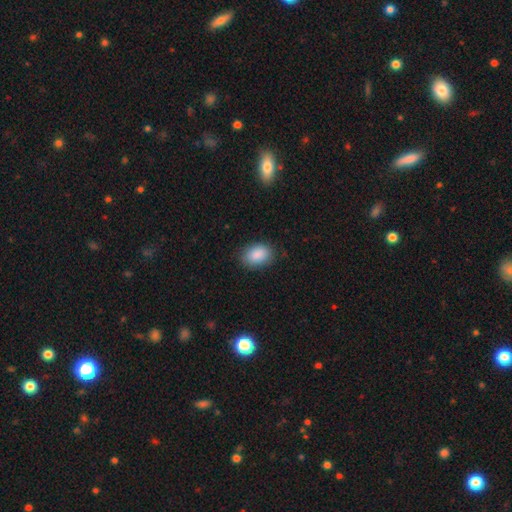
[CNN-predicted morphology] This appears to be a smooth galaxy with no disk features (89%) that is in between round and cigar-shaped (84%). Merging: none (84%).